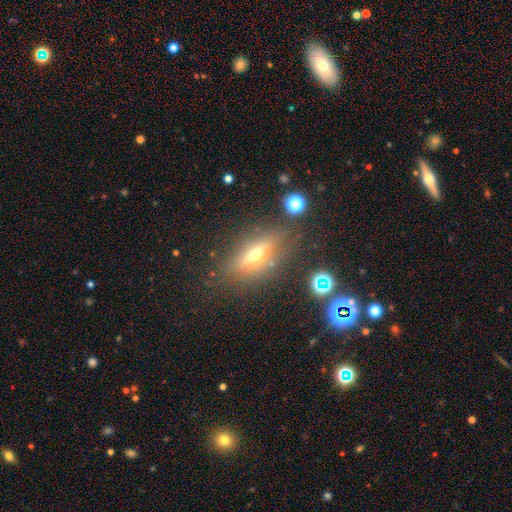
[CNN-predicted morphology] featured or disk 56%, smooth 30%, star or artifact 14%. Down the decision tree: edge-on disk — yes (82%); merging — none (77%).